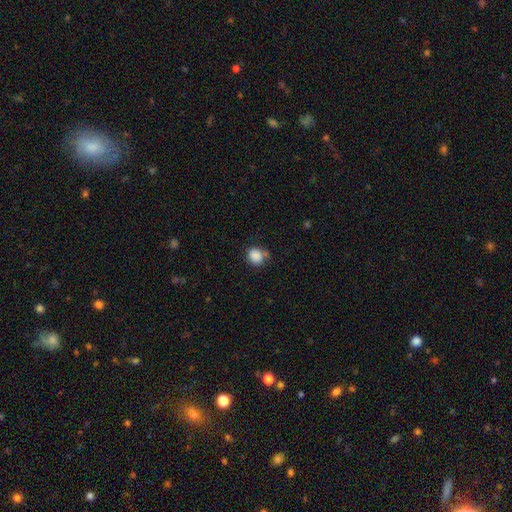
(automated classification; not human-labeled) Q: Smooth or featured?
A: smooth (87%); runner-up: star or artifact (9%)
Q: How rounded?
A: round (69%); runner-up: in between (31%)
Q: Merging?
A: none (64%); runner-up: minor disturbance (22%)